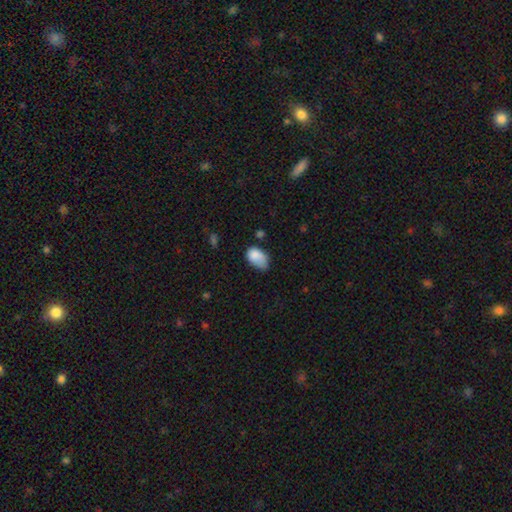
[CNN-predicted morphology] smooth_or_featured: smooth (p=0.82) [alt: featured or disk p=0.10]
how_rounded: in between (p=0.87) [alt: round p=0.12]
merging: minor disturbance (p=0.44) [alt: none p=0.34]